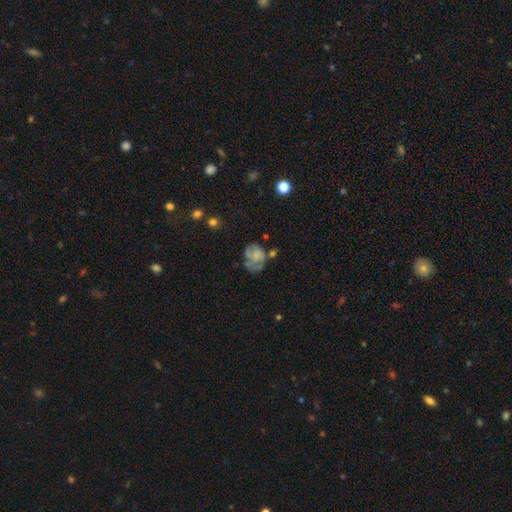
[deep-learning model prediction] smooth-or-featured: featured or disk: 48% | smooth: 42% | star or artifact: 9%
  merging: none: 40% | minor disturbance: 27% | major disturbance: 25% | merger: 8%